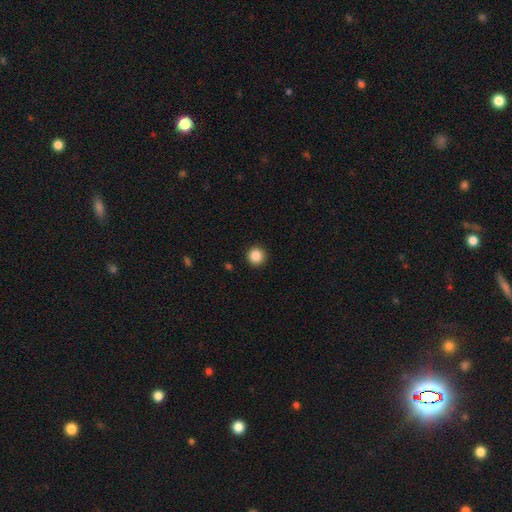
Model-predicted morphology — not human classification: Smooth or featured?
  - smooth: 87% *
  - star or artifact: 10%
  - featured or disk: 3%
How rounded?
  - round: 95% *
  - in between: 4%
  - cigar-shaped: 1%
Merging?
  - none: 93% *
  - minor disturbance: 5%
  - major disturbance: 2%
  - merger: 1%